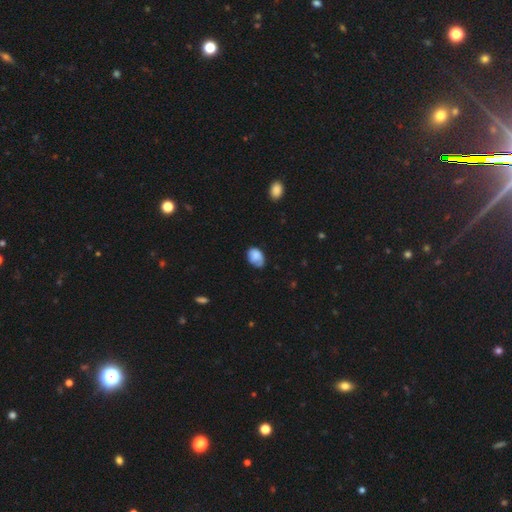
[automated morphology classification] This is likely a smooth galaxy (74%). How rounded: likely in between (79%). Merging: possibly none (50%).